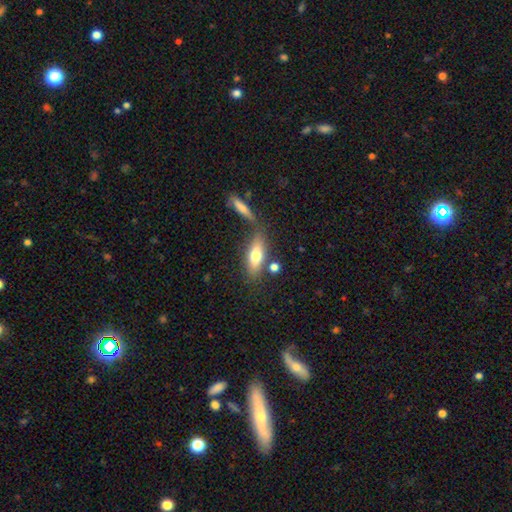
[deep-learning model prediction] A smooth galaxy with no disk features (68%) that is in between round and cigar-shaped (65%).

Vote fractions:
- Smooth or featured? smooth: 68% / featured or disk: 25% / star or artifact: 7%
- How rounded? in between: 65% / cigar-shaped: 32% / round: 4%
- Merging? none: 63% / merger: 19% / minor disturbance: 13% / major disturbance: 5%